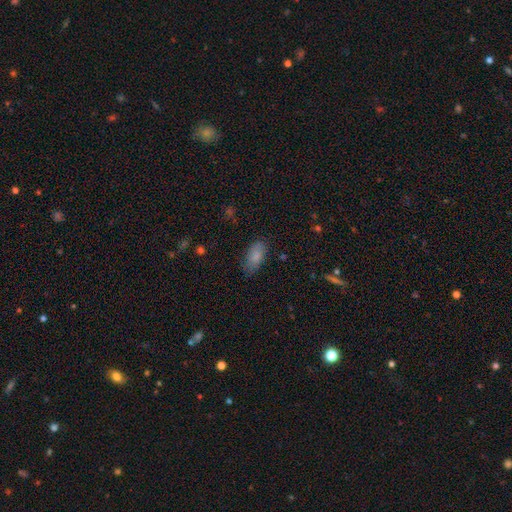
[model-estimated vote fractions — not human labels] smooth 84%, featured or disk 8%, star or artifact 8%. Down the decision tree: how rounded — in between (90%); merging — none (78%).